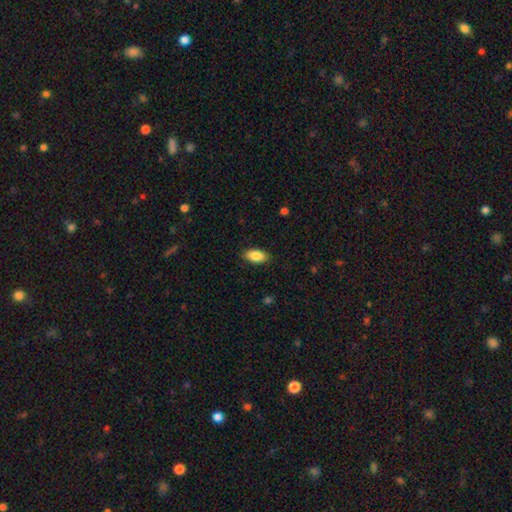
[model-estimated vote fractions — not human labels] A smooth galaxy with no disk features (87%) that is in between round and cigar-shaped (93%). Merging: none (87%).